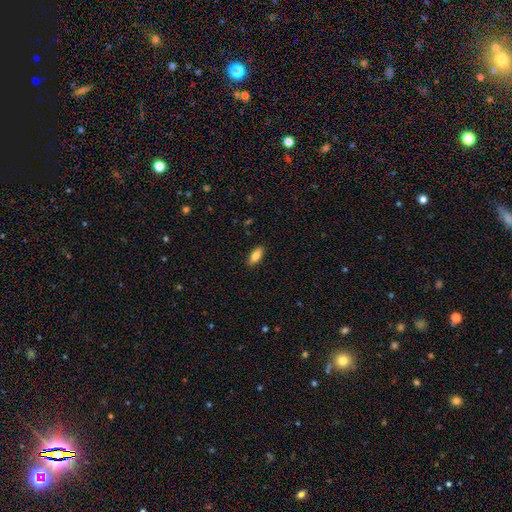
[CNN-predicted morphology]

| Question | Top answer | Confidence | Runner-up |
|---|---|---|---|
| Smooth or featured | smooth | 84% | featured or disk (9%) |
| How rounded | in between | 86% | cigar-shaped (11%) |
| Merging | none | 88% | minor disturbance (9%) |